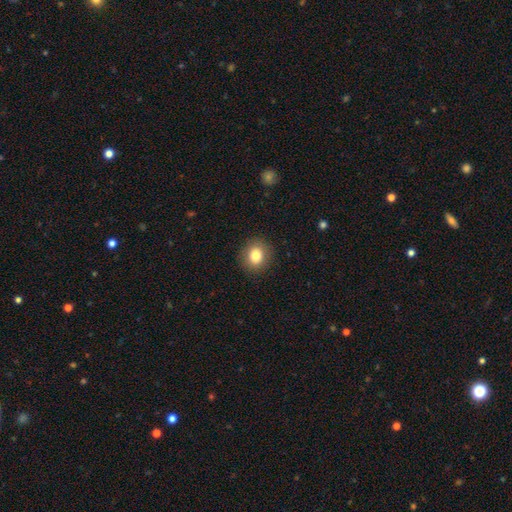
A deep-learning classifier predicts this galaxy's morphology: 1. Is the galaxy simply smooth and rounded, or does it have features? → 81% smooth, 10% star or artifact, 9% featured or disk.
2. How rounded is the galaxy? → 76% round, 23% in between, 1% cigar-shaped.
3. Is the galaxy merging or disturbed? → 89% none, 7% minor disturbance, 2% major disturbance, 1% merger.